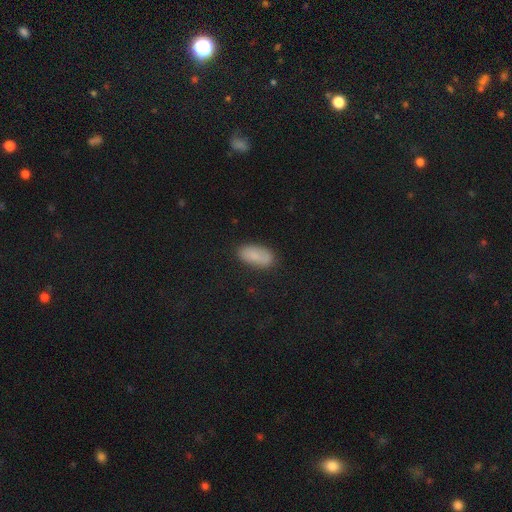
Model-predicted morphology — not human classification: A smooth galaxy with no disk features (82%) that is in between round and cigar-shaped (91%). Merging: none (83%).